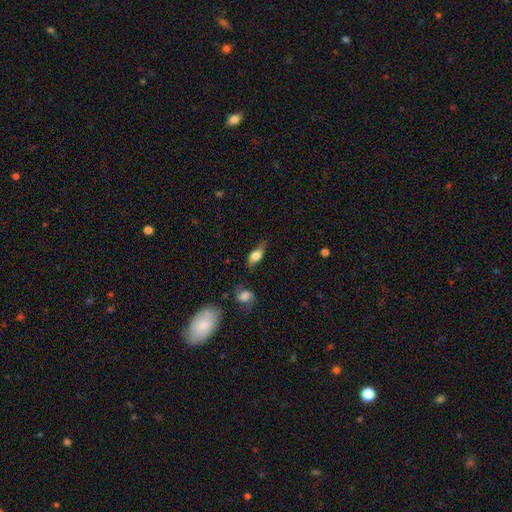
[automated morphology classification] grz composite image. It shows a smooth galaxy with no disk features (61%) that is in between round and cigar-shaped (73%). Merging: none (61%).